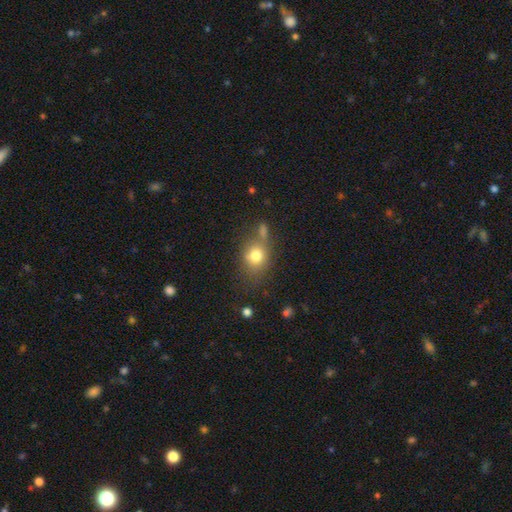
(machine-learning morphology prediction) smooth-or-featured: smooth: 77% | featured or disk: 11% | star or artifact: 11%
  how-rounded: round: 59% | in between: 40% | cigar-shaped: 2%
  merging: none: 57% | minor disturbance: 19% | merger: 15% | major disturbance: 9%